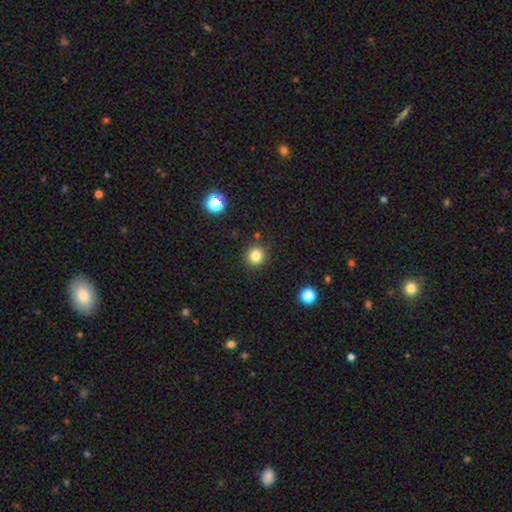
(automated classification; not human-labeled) Smooth or featured: smooth — 82% (star or artifact — 12%)
How rounded: round — 91% (in between — 8%)
Merging: none — 89% (minor disturbance — 7%)